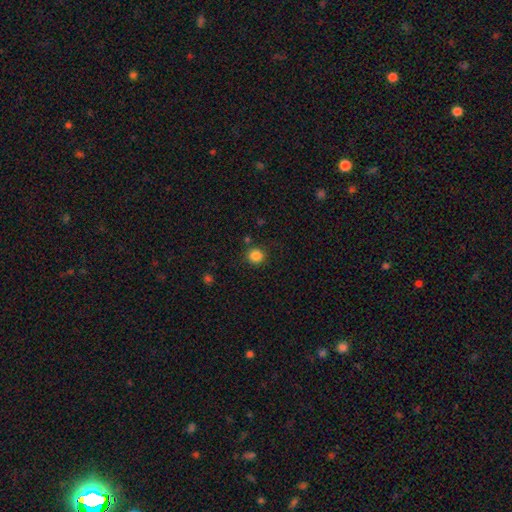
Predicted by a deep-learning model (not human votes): A smooth galaxy with no disk features (85%) that is round (92%). Merging: none (86%).